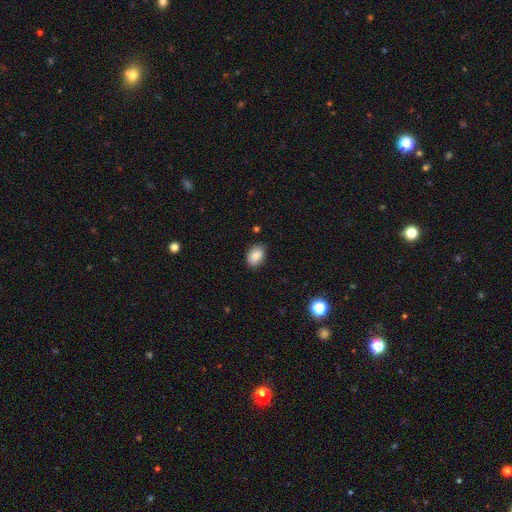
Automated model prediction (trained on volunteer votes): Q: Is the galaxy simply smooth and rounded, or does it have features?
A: smooth — 85%.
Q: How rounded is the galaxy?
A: in between — 83%.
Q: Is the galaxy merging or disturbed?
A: none — 83%.